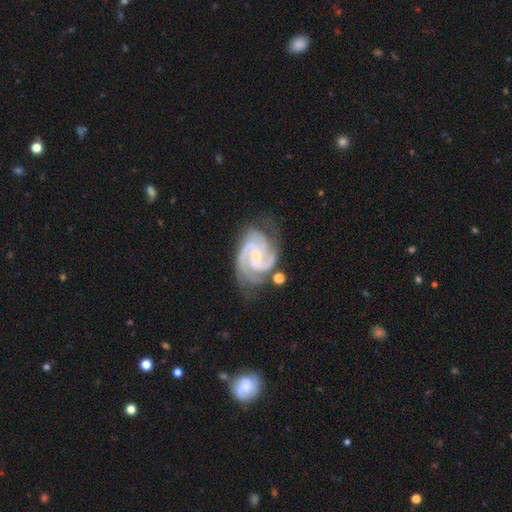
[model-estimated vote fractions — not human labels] Morphology: type=featured or disk (93%); edge-on=no (98%); bar=no (51%); spiral arms=yes (99%); winding=tight (53%); arm count=3 (46%); bulge=small (72%); merging=none (69%).